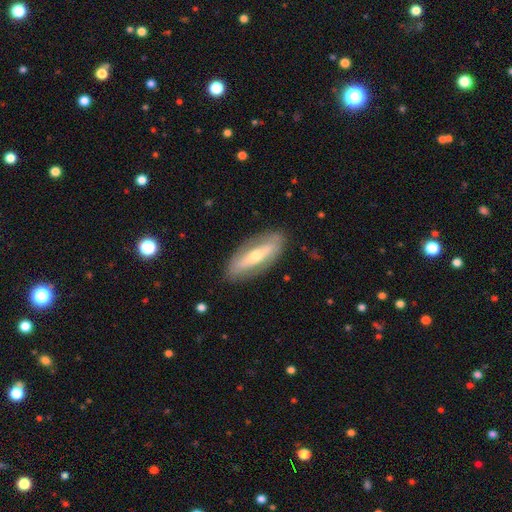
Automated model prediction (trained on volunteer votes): smooth-or-featured: featured or disk: 59% | smooth: 35% | star or artifact: 6%
  disk-edge-on: no: 66% | yes: 34%
  merging: none: 84% | minor disturbance: 12% | major disturbance: 4% | merger: 1%